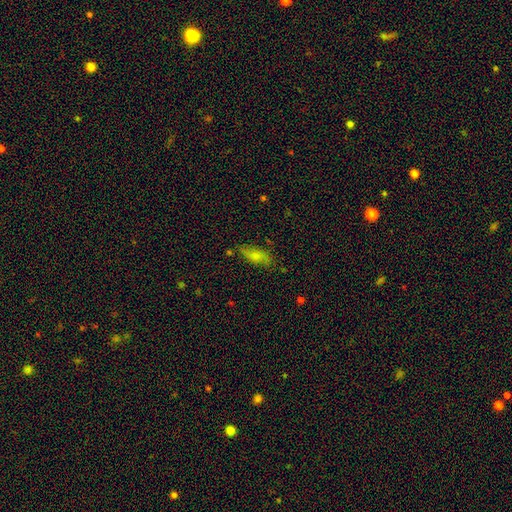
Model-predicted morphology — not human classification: Smooth or featured: smooth — 55% (featured or disk — 31%)
How rounded: in between — 62% (cigar-shaped — 34%)
Merging: none — 76% (minor disturbance — 17%)